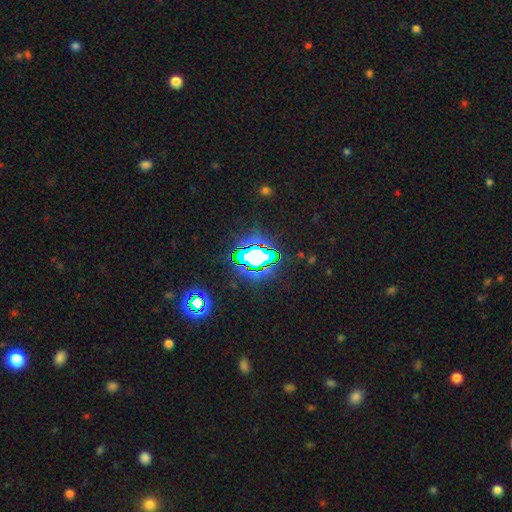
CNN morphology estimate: Smooth or featured? Predicted: star or artifact (p=0.70).